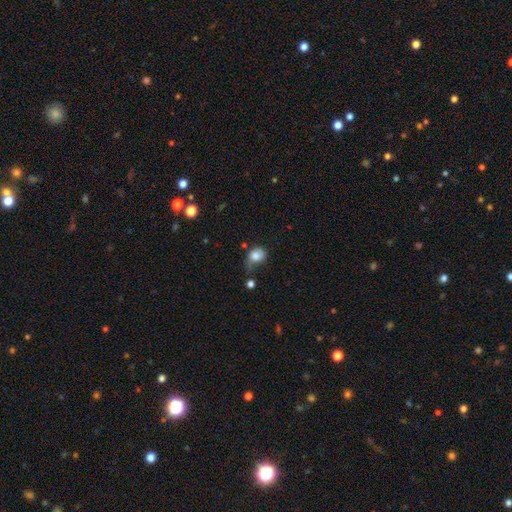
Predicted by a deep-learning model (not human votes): Smooth or featured: smooth — 81% (featured or disk — 9%)
How rounded: round — 56% (in between — 43%)
Merging: none — 36% (minor disturbance — 33%)